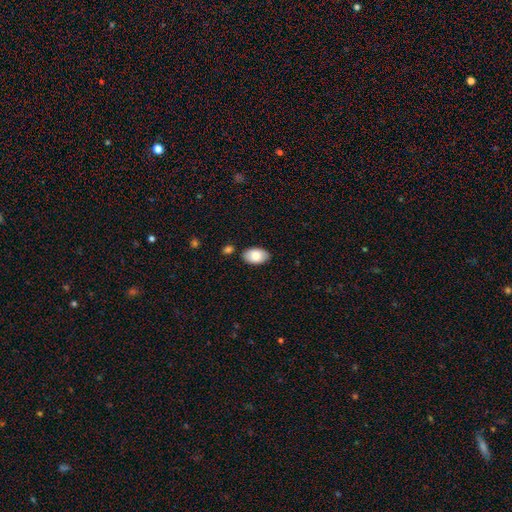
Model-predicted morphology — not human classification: Smooth or featured? smooth (81%)
How rounded? in between (94%)
Merging? none (83%)